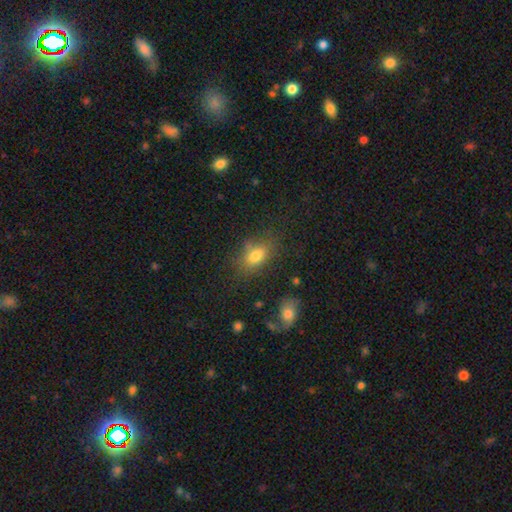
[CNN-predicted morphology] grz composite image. It shows a smooth galaxy with no disk features (77%) that is in between round and cigar-shaped (80%). Merging: none (72%).